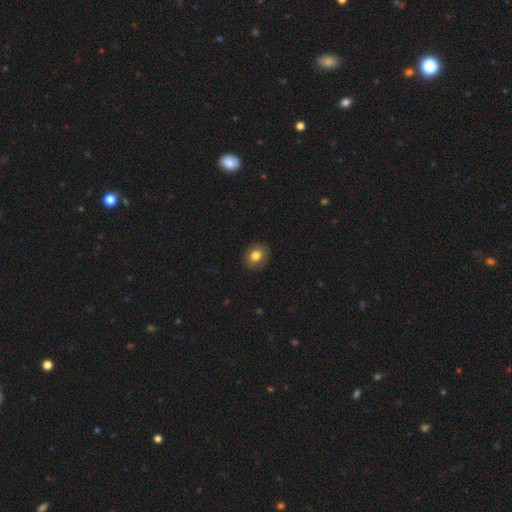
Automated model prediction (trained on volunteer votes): Morphology: type=smooth (82%); roundness=round (53%); merging=none (89%).